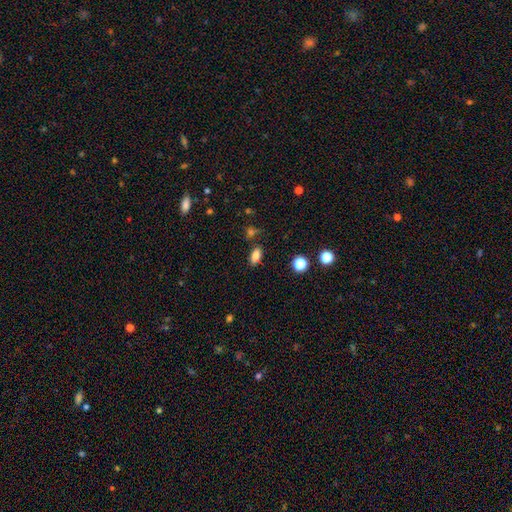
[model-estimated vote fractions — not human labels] A smooth galaxy with no disk features (82%) that is in between round and cigar-shaped (87%). Merging: none (79%).